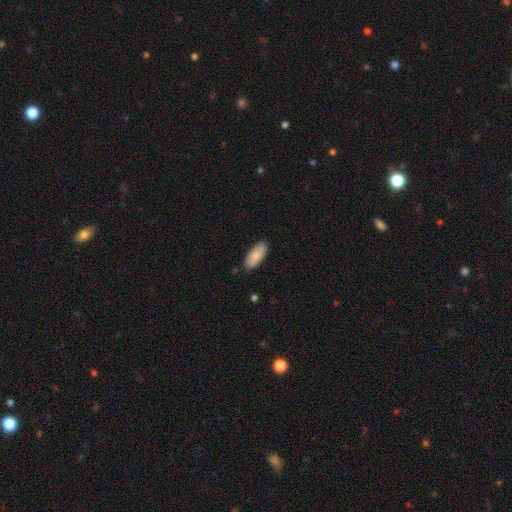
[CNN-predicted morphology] This appears to be a smooth galaxy with no disk features (87%) that is in between round and cigar-shaped (86%). Merging: none (85%).